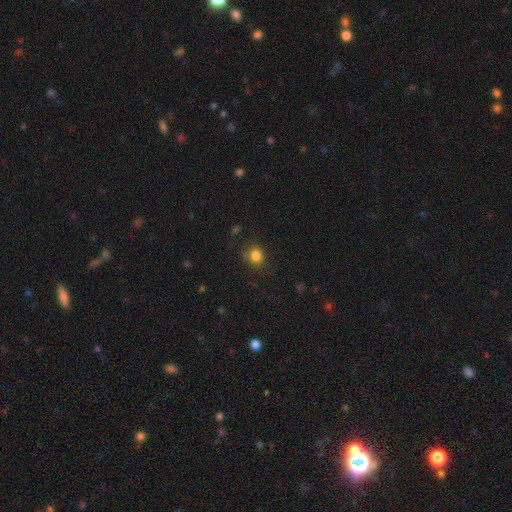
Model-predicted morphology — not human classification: Overall: smooth (83%). How rounded: round (76%). Merging: none (81%).